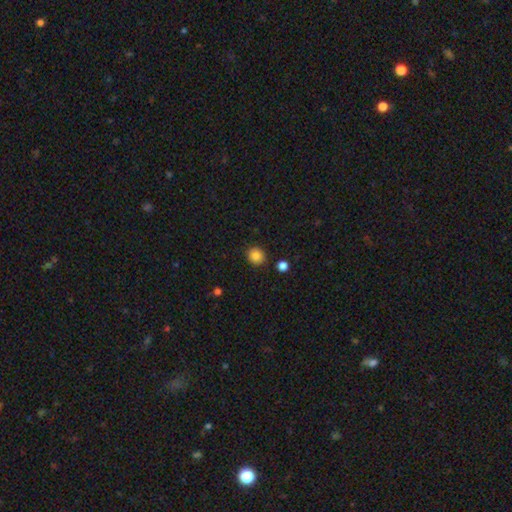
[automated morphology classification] This appears to be a smooth galaxy with no disk features (86%) that is round (84%). Merging: none (87%).